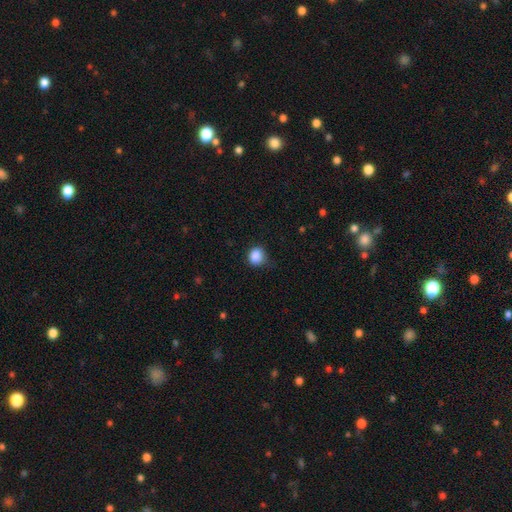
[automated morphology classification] Overall: smooth (87%). How rounded: round (66%; in between 33%). Merging: none (67%).